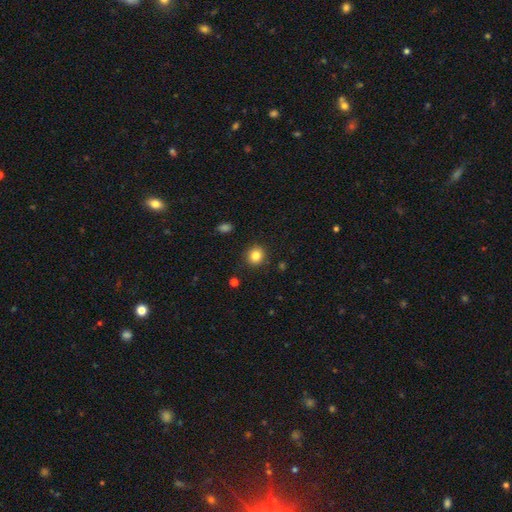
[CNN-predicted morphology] A smooth galaxy with no disk features (83%) that is round (86%).

Vote fractions:
- Smooth or featured? smooth: 83% / star or artifact: 11% / featured or disk: 6%
- How rounded? round: 86% / in between: 13% / cigar-shaped: 1%
- Merging? none: 89% / minor disturbance: 7% / major disturbance: 2% / merger: 2%